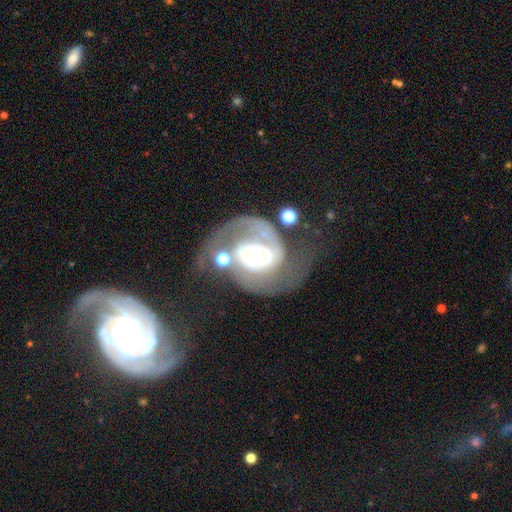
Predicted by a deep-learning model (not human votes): Overall: featured or disk (87%). Edge-on disk: no (98%). Bar: no (72%). Spiral arms: yes (93%). Spiral arm count: 2 (58%; 1 22%). Spiral winding: tight (51%; medium 35%). Bulge size: moderate (67%). Merging: none (41%; major disturbance 28%).